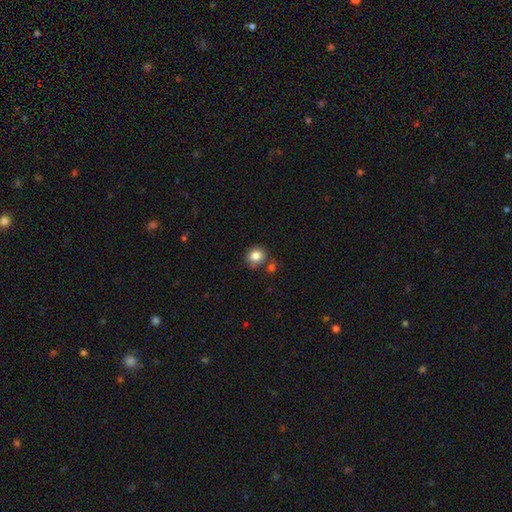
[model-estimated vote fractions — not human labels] Morphology: type=smooth (84%); roundness=round (84%); merging=none (72%).